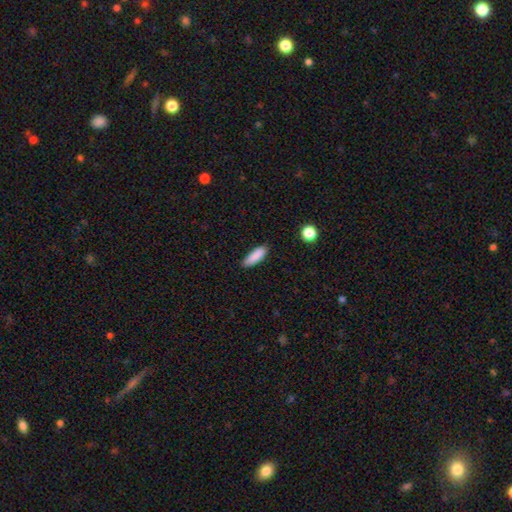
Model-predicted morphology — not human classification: smooth_or_featured: smooth (p=0.88) [alt: star or artifact p=0.07]
how_rounded: in between (p=0.52) [alt: cigar-shaped p=0.46]
merging: none (p=0.83) [alt: minor disturbance p=0.13]